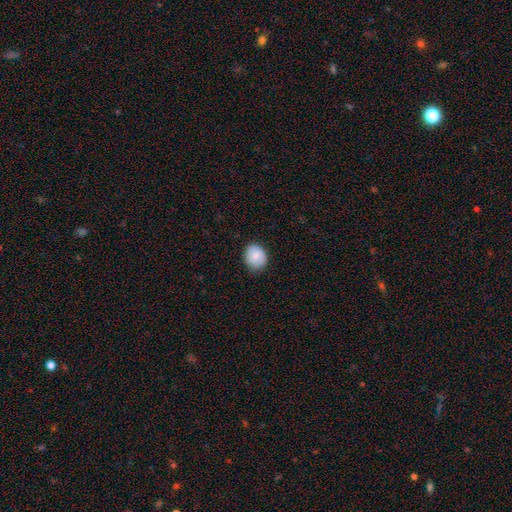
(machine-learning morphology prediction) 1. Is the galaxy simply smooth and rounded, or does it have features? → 86% smooth, 7% featured or disk, 7% star or artifact.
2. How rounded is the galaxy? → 64% round, 35% in between, 1% cigar-shaped.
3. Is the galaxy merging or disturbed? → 78% none, 19% minor disturbance, 3% major disturbance, 1% merger.